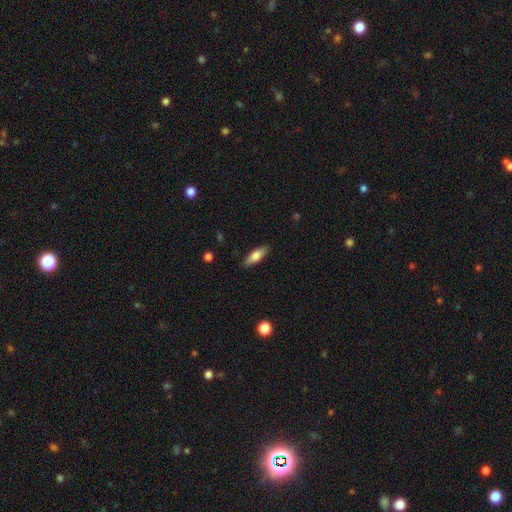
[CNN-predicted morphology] smooth-or-featured: smooth: 71% | featured or disk: 23% | star or artifact: 6%
  how-rounded: in between: 60% | cigar-shaped: 37% | round: 2%
  merging: none: 88% | minor disturbance: 9% | major disturbance: 2% | merger: 1%